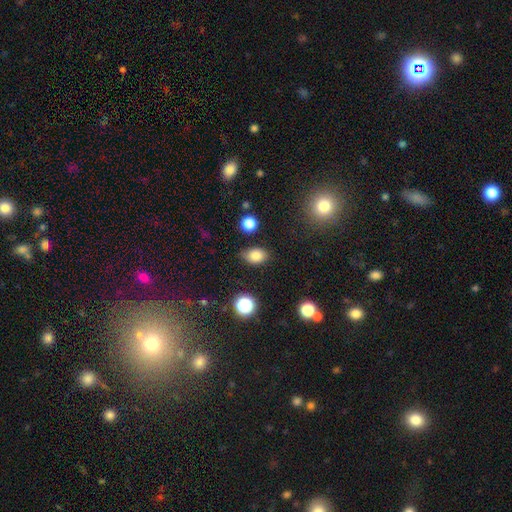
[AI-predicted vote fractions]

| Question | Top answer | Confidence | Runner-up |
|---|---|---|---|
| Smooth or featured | smooth | 81% | star or artifact (12%) |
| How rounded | in between | 76% | round (22%) |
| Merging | none | 75% | minor disturbance (18%) |